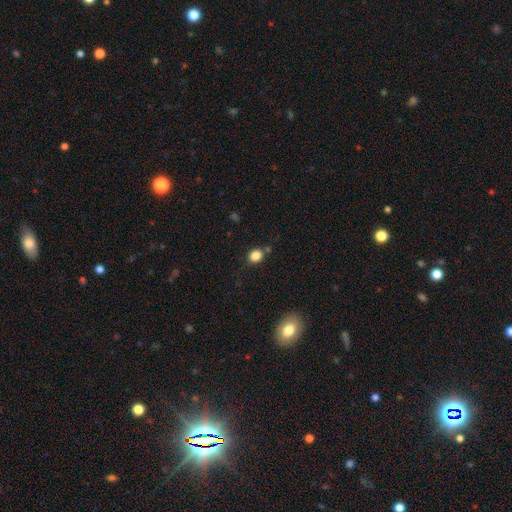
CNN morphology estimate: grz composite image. It shows a smooth galaxy with no disk features (83%) that is round (60%). Merging: none (75%).